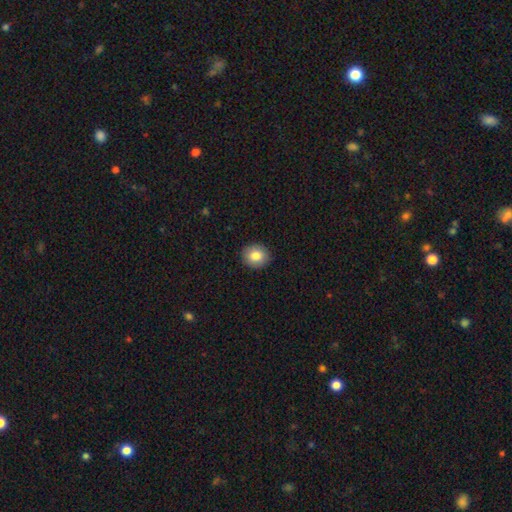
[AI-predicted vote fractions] smooth 83%, featured or disk 9%, star or artifact 8%. Down the decision tree: how rounded — round (79%); merging — none (91%).